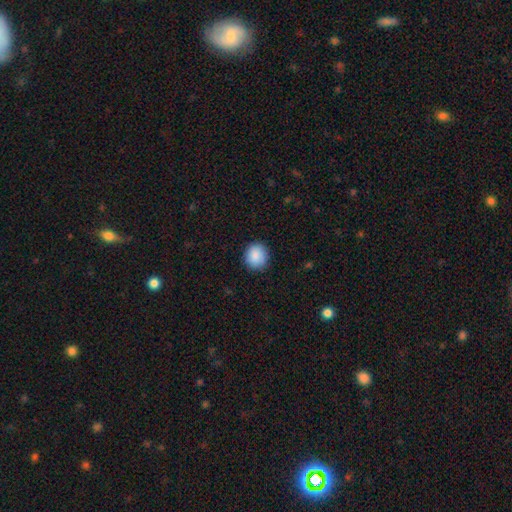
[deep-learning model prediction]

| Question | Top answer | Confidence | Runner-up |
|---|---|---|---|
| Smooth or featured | smooth | 89% | star or artifact (8%) |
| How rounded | round | 86% | in between (13%) |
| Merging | none | 90% | minor disturbance (7%) |